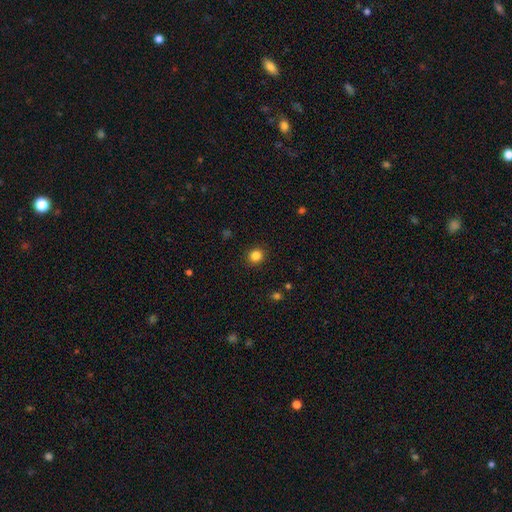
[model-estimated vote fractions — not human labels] Smooth or featured? Predicted: smooth (p=0.85). How rounded? Predicted: round (p=0.86). Merging? Predicted: none (p=0.90).